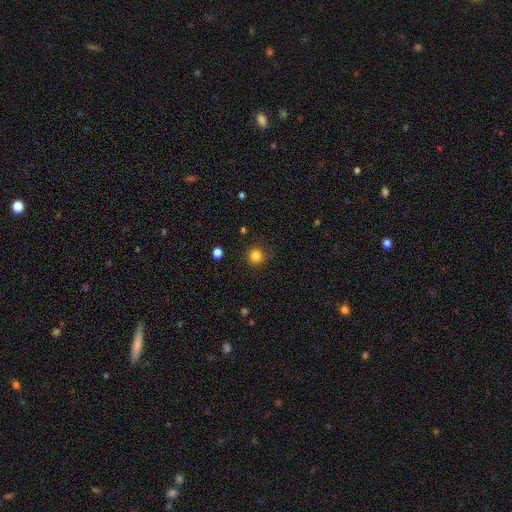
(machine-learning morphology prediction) A smooth galaxy with no disk features (83%) that is round (92%).

Vote fractions:
- Smooth or featured? smooth: 83% / star or artifact: 12% / featured or disk: 4%
- How rounded? round: 92% / in between: 7% / cigar-shaped: 1%
- Merging? none: 89% / minor disturbance: 8% / major disturbance: 2% / merger: 1%